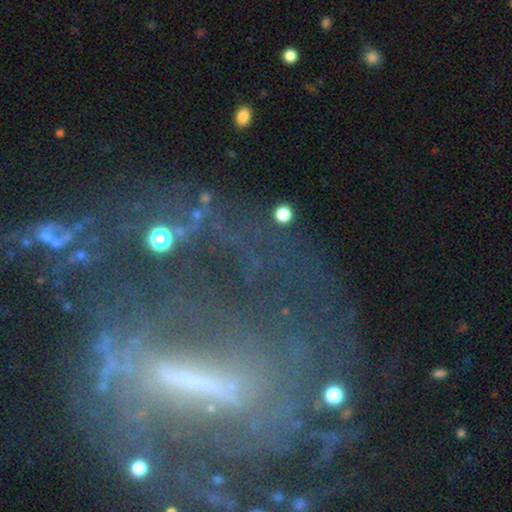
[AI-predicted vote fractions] This appears to be a featured or disk galaxy (78%) with a strong bar (67%), spiral arms (72%) and a small central bulge (34%). Merging: none (53%).